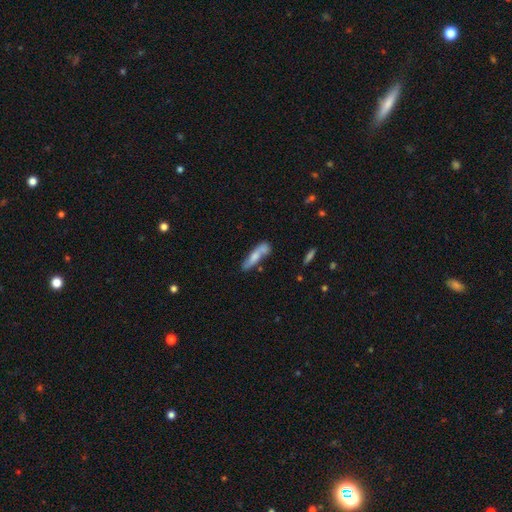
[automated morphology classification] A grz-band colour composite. It shows a smooth galaxy with no disk features (57%) that is cigar-shaped (72%). Merging: none (55%).